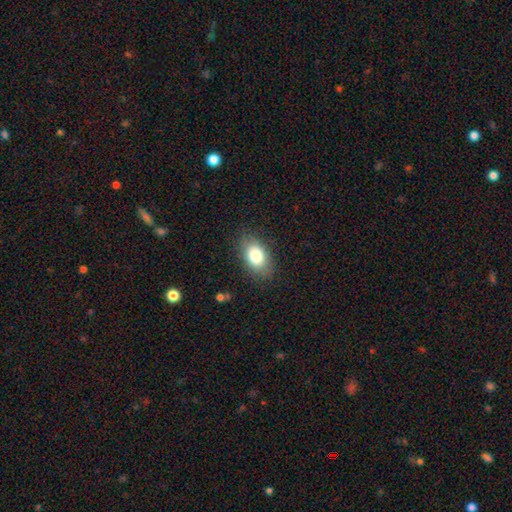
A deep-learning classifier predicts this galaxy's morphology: The model was most divided on "smooth or featured": smooth: 79%, featured or disk: 13%, star or artifact: 8%. More confident: how rounded — in between (87%); merging — none (82%).